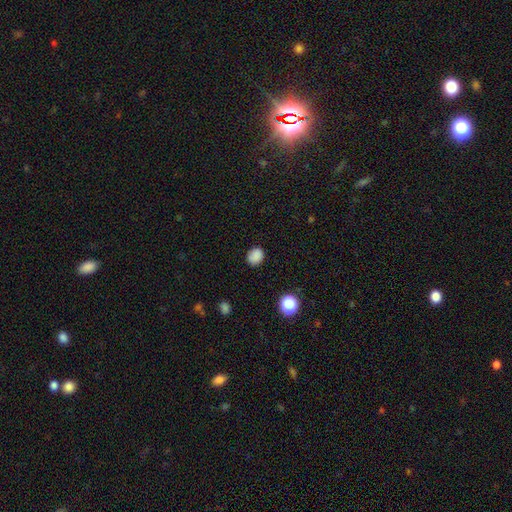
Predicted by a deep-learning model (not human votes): A smooth galaxy with no disk features (85%) that is round (51%).

Vote fractions:
- Smooth or featured? smooth: 85% / star or artifact: 12% / featured or disk: 4%
- How rounded? round: 51% / in between: 48% / cigar-shaped: 1%
- Merging? none: 83% / minor disturbance: 13% / major disturbance: 3% / merger: 1%